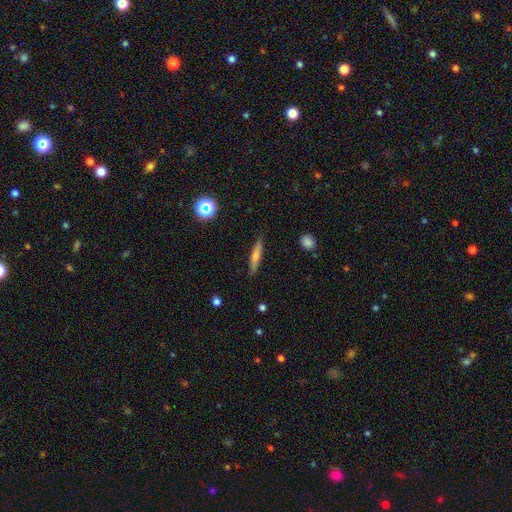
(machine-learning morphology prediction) A smooth galaxy with no disk features (50%) that is cigar-shaped (87%). Merging: none (88%).